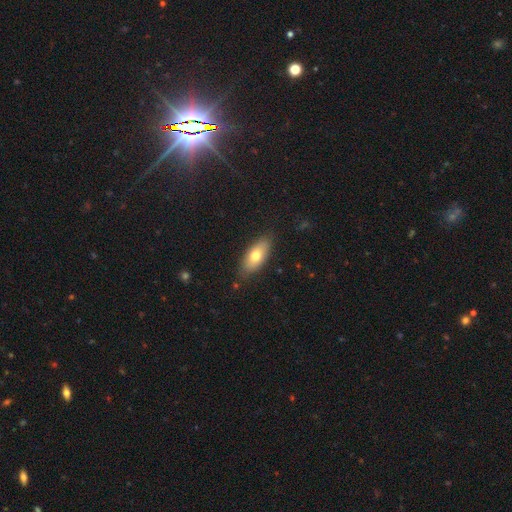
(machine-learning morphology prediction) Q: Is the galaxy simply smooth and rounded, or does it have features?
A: smooth — 71%.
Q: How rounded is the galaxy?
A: in between — 84%.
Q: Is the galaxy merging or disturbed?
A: none — 82%.